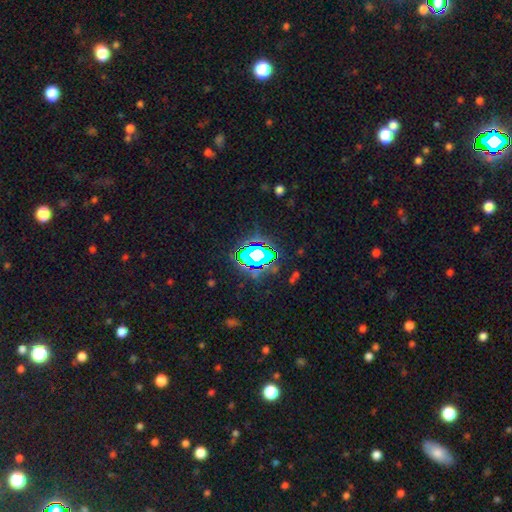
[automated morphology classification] smooth_or_featured: star or artifact (p=0.70) [alt: smooth p=0.18]